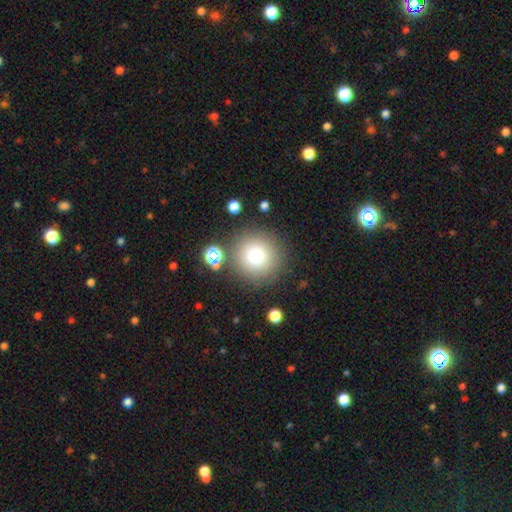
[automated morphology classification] A smooth galaxy with no disk features (75%) that is round (95%). Merging: none (84%).